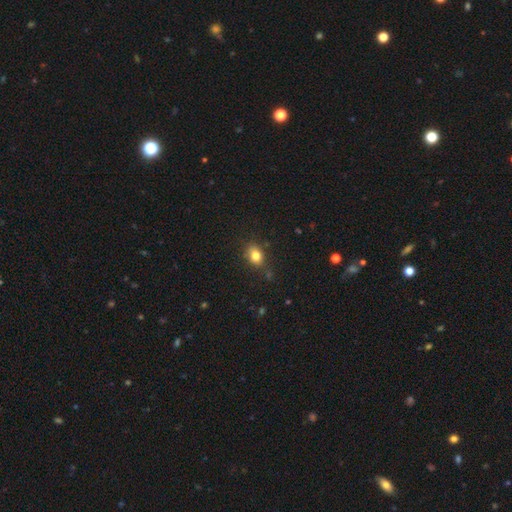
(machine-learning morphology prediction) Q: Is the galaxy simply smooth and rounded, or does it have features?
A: smooth — 80%.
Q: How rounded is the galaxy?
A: in between — 60%.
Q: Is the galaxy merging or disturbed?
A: none — 77%.